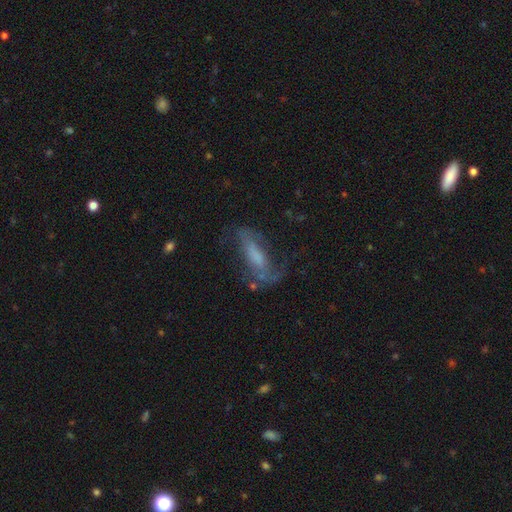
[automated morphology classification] The model was most divided on "bar": no: 36%, weak: 35%, strong: 30%. Remaining: edge-on disk — no (84%); spiral arms — yes (78%); smooth or featured — featured or disk (62%); merging — none (49%); bulge size — none (33%).